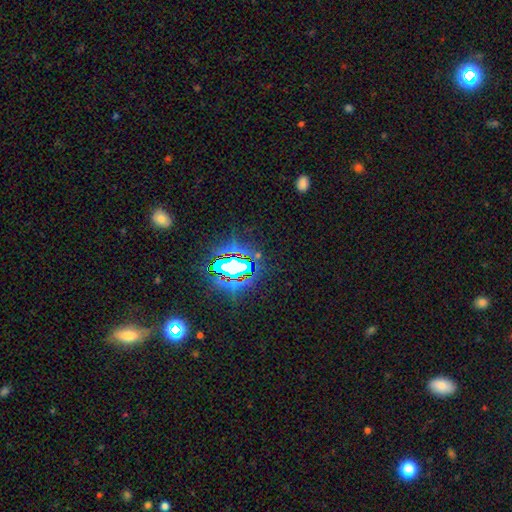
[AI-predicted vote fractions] Morphology: type=star or artifact (76%).